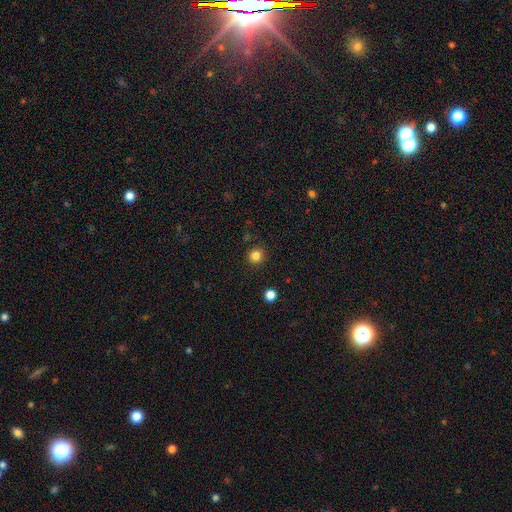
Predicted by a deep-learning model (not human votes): Q: Smooth or featured?
A: smooth (83%); runner-up: star or artifact (12%)
Q: How rounded?
A: round (93%); runner-up: in between (6%)
Q: Merging?
A: none (90%); runner-up: minor disturbance (7%)